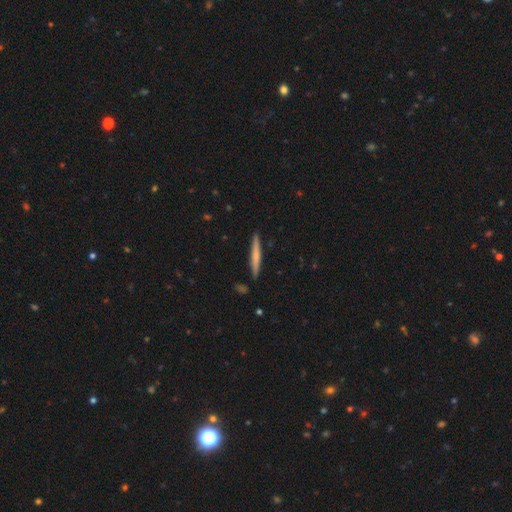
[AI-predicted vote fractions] smooth_or_featured: smooth (p=0.54) [alt: featured or disk p=0.40]
how_rounded: cigar-shaped (p=0.96) [alt: in between p=0.02]
merging: none (p=0.90) [alt: minor disturbance p=0.07]